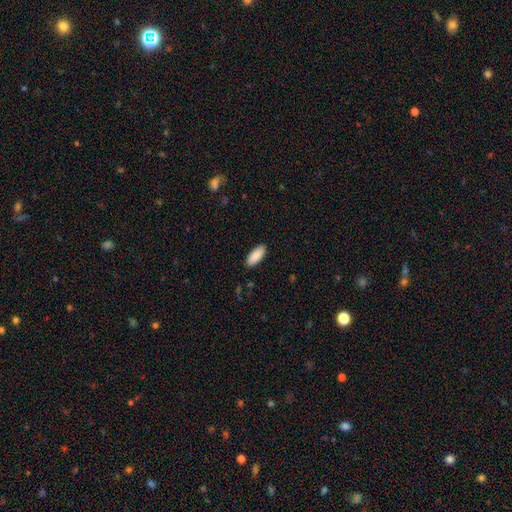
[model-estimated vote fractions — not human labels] smooth-or-featured: smooth: 90% | star or artifact: 6% | featured or disk: 4%
  how-rounded: in between: 83% | cigar-shaped: 15% | round: 2%
  merging: none: 89% | minor disturbance: 8% | major disturbance: 2% | merger: 1%